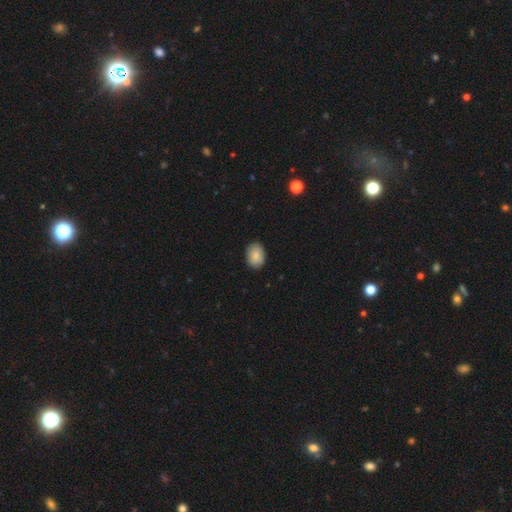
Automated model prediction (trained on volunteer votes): This is clearly a smooth galaxy (88%). How rounded: likely in between (79%). Merging: clearly none (88%).